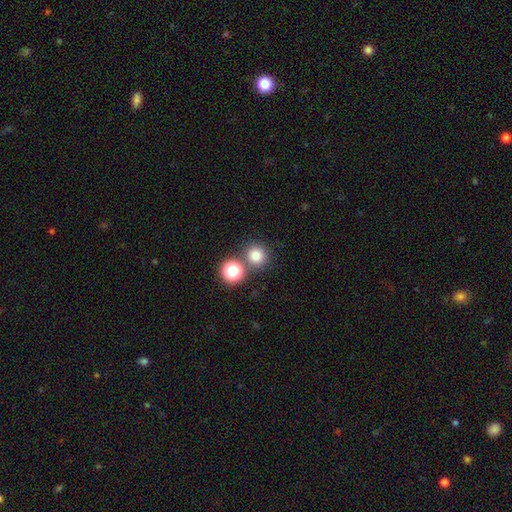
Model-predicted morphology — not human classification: Q: Smooth or featured?
A: smooth (78%); runner-up: star or artifact (16%)
Q: How rounded?
A: round (93%); runner-up: in between (6%)
Q: Merging?
A: none (73%); runner-up: merger (17%)